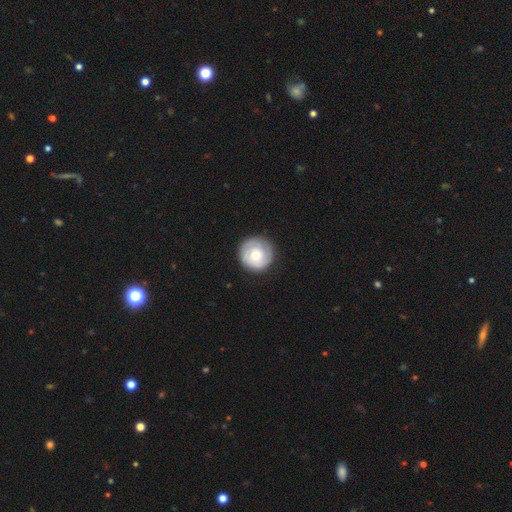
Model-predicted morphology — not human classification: Smooth or featured: smooth — 56% (featured or disk — 38%)
How rounded: round — 95% (in between — 4%)
Merging: none — 84% (minor disturbance — 11%)